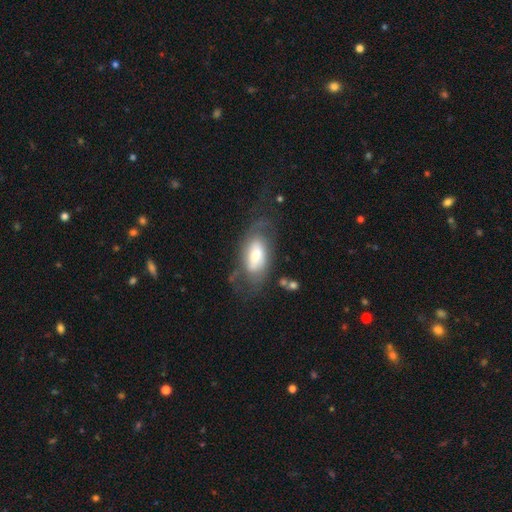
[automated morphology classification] This is possibly a featured or disk galaxy (50%). Merging: possibly none (48%).